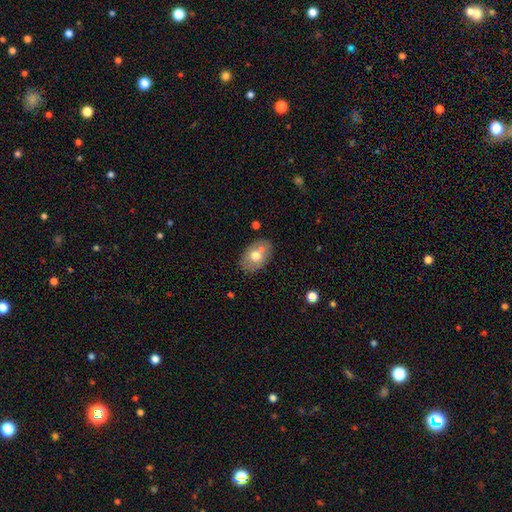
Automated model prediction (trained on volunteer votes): Morphology: type=smooth (64%); roundness=in between (83%); merging=none (68%).